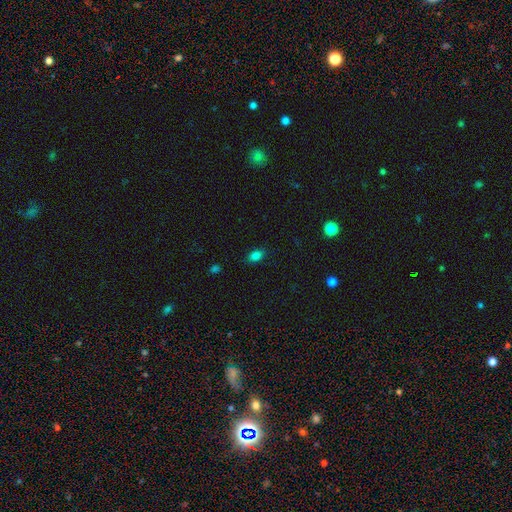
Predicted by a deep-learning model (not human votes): Q: Smooth or featured?
A: smooth (81%); runner-up: star or artifact (13%)
Q: How rounded?
A: in between (85%); runner-up: round (12%)
Q: Merging?
A: none (84%); runner-up: minor disturbance (12%)